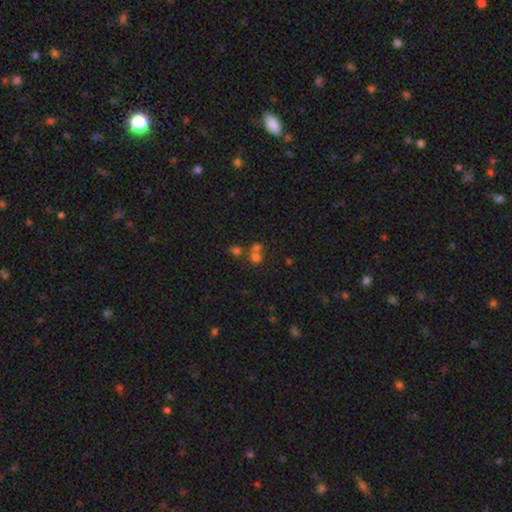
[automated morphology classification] Smooth or featured? smooth (61%)
How rounded? round (69%)
Merging? merger (54%)